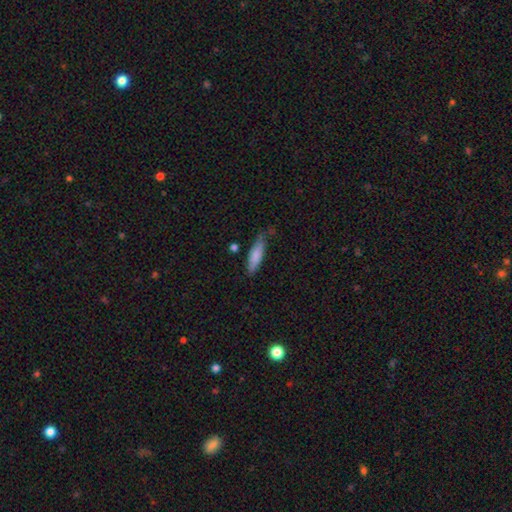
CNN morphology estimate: type=smooth (81%); roundness=cigar-shaped (65%); merging=none (64%).